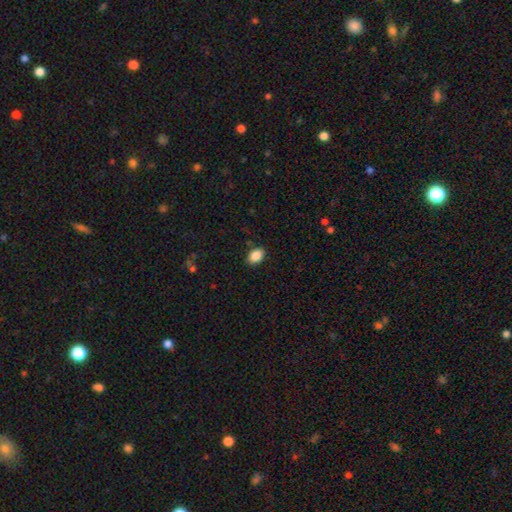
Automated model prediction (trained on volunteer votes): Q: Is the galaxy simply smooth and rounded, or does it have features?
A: smooth — 88%.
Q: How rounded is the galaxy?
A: in between — 80%.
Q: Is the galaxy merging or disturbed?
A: none — 87%.